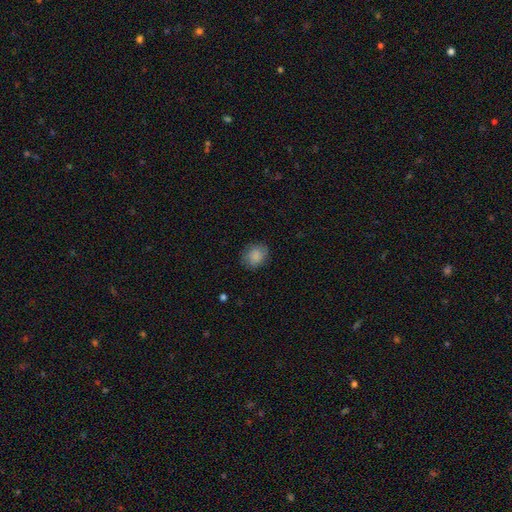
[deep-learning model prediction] This appears to be a smooth galaxy with no disk features (85%) that is round (60%). Merging: none (81%).